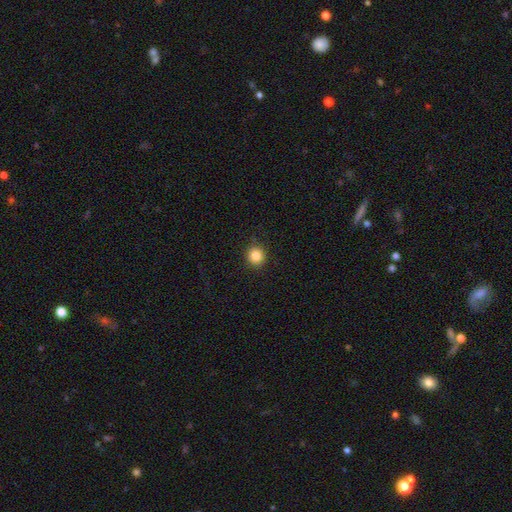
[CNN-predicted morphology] Smooth or featured? smooth (86%)
How rounded? round (91%)
Merging? none (89%)